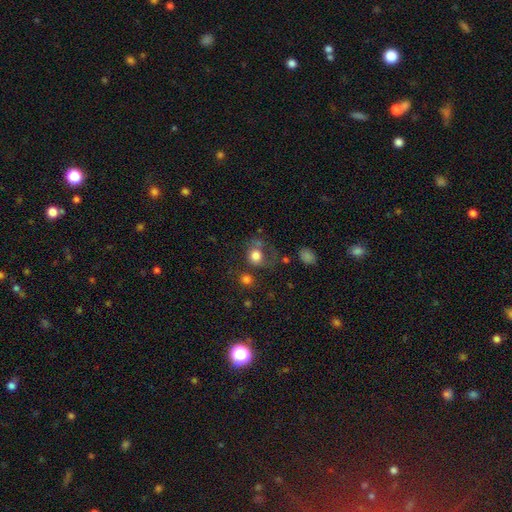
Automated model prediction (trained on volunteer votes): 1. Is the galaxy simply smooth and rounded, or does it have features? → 76% smooth, 13% featured or disk, 11% star or artifact.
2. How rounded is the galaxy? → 75% round, 24% in between, 1% cigar-shaped.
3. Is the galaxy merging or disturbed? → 41% none, 26% major disturbance, 19% minor disturbance, 14% merger.